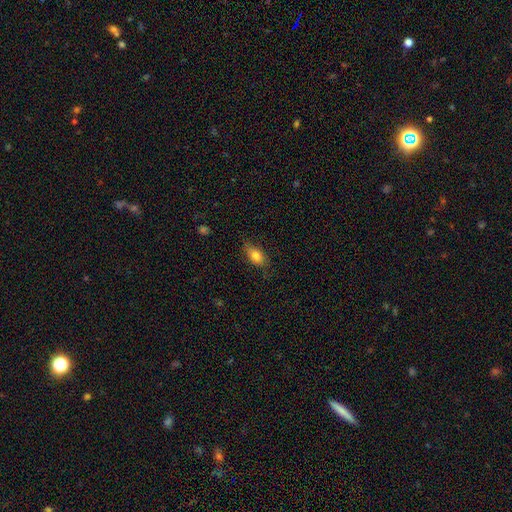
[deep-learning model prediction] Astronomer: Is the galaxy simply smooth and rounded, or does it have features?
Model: smooth — 81%.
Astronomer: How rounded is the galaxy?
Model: in between — 86%.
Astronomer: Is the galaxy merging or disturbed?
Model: none — 74%.